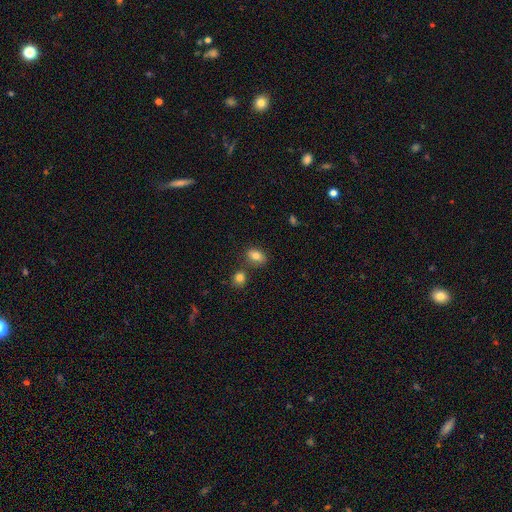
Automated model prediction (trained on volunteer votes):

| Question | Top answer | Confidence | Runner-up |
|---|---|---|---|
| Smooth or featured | smooth | 81% | star or artifact (10%) |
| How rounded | in between | 80% | round (18%) |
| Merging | none | 72% | merger (12%) |